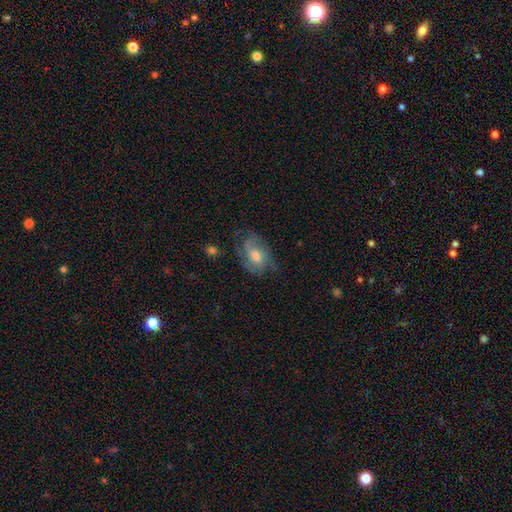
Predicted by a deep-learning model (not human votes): This is likely a featured or disk galaxy (64%). It is clearly not viewed edge-on (96%). Bar: likely no (66%). Spiral arm pattern: clearly yes (84%). Spiral arm count: marginally 2 (35%). Spiral winding: marginally medium (43%). Central bulge: likely moderate (64%). Merging: likely none (61%).